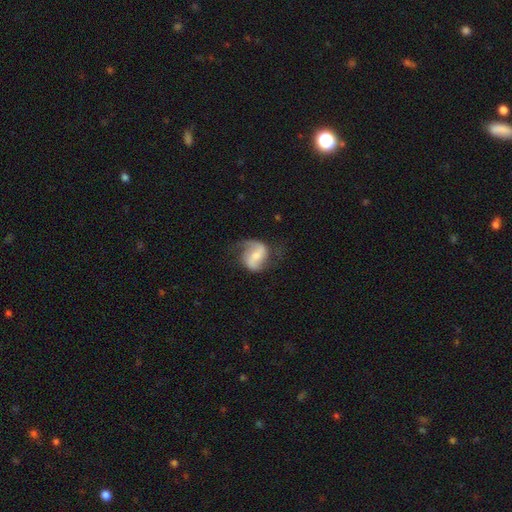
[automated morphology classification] Smooth or featured? featured or disk (75%)
Edge-on disk? no (97%)
Bar? weak (44%)
Spiral arms? yes (93%)
Spiral winding? loose (47%)
Spiral arm count? 2 (85%)
Bulge size? moderate (43%)
Merging? none (63%)